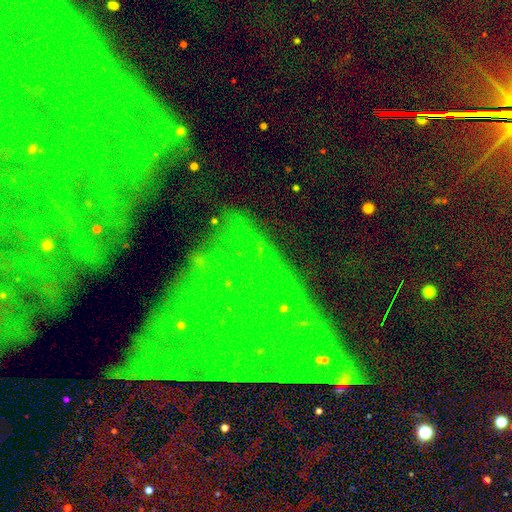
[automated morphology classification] Smooth or featured: star or artifact — 81% (featured or disk — 10%)